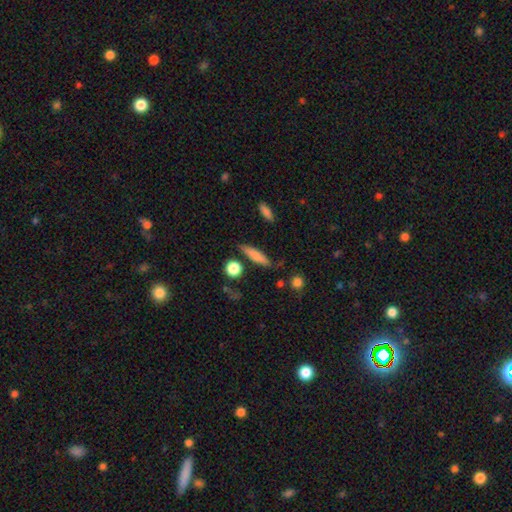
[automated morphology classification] Smooth or featured? Predicted: smooth (p=0.75). How rounded? Predicted: cigar-shaped (p=0.68). Merging? Predicted: none (p=0.80).